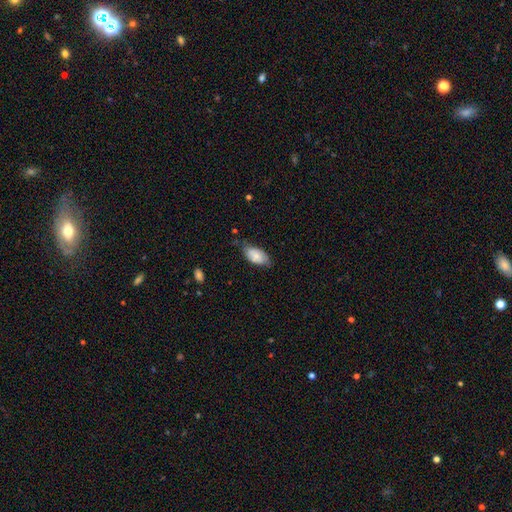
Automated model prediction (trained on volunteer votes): The model was most divided on "merging": none: 60%, minor disturbance: 32%, major disturbance: 6%, merger: 3%. More confident: how rounded — in between (92%); smooth or featured — smooth (74%).